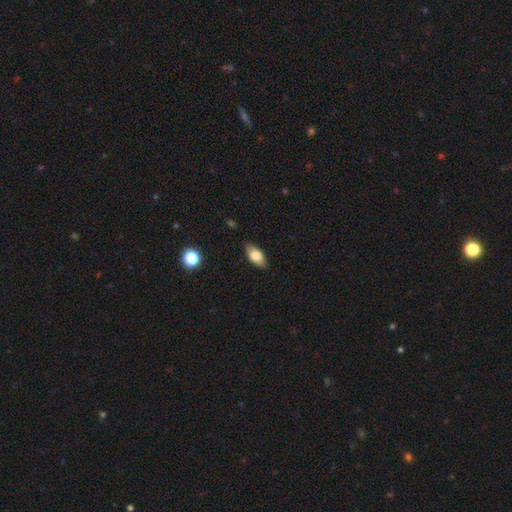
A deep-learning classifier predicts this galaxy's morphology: Smooth or featured? Predicted: smooth (p=0.77). How rounded? Predicted: in between (p=0.88). Merging? Predicted: none (p=0.85).